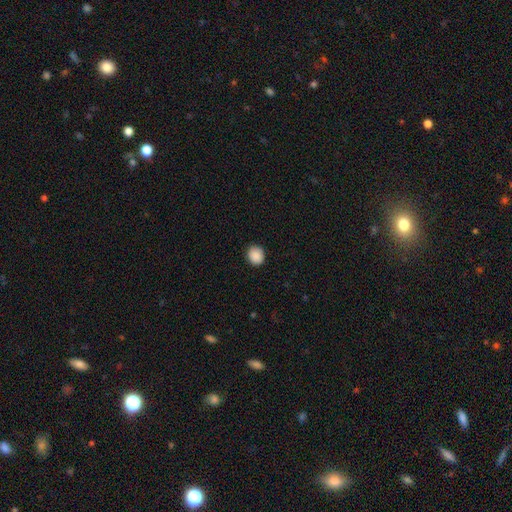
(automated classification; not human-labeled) Smooth or featured?
  - smooth: 89% *
  - star or artifact: 8%
  - featured or disk: 3%
How rounded?
  - round: 74% *
  - in between: 25%
  - cigar-shaped: 1%
Merging?
  - none: 87% *
  - minor disturbance: 10%
  - major disturbance: 2%
  - merger: 1%